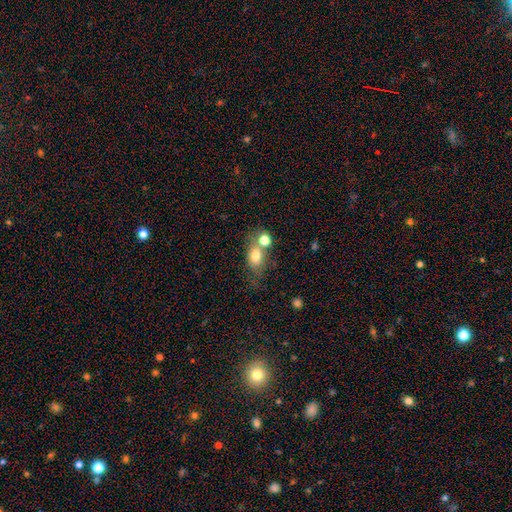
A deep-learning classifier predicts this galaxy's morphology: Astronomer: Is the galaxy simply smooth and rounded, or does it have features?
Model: smooth — 74%.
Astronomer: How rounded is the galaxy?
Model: in between — 65%.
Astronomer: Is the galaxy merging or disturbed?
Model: none — 43% (runner-up: merger, 37%).